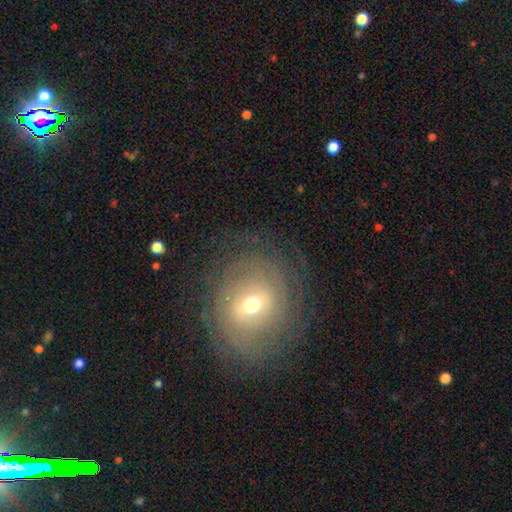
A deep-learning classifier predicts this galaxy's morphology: Smooth or featured? Predicted: featured or disk (p=0.58). Edge-on disk? Predicted: no (p=0.94). Bar? Predicted: weak (p=0.44). Spiral arms? Predicted: yes (p=0.77). Bulge size? Predicted: small (p=0.50). Merging? Predicted: none (p=0.81).